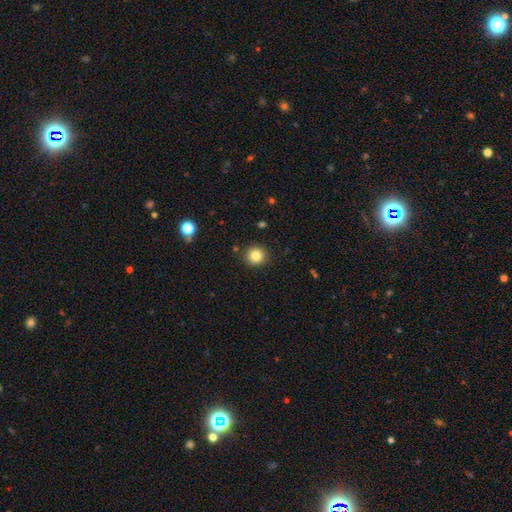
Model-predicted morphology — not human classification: Overall: smooth (84%). How rounded: round (92%). Merging: none (90%).